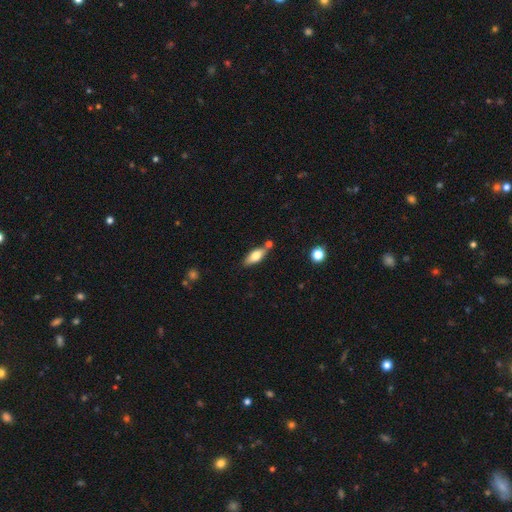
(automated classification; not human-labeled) This appears to be a smooth galaxy with no disk features (67%) that is in between round and cigar-shaped (69%). Merging: none (73%).